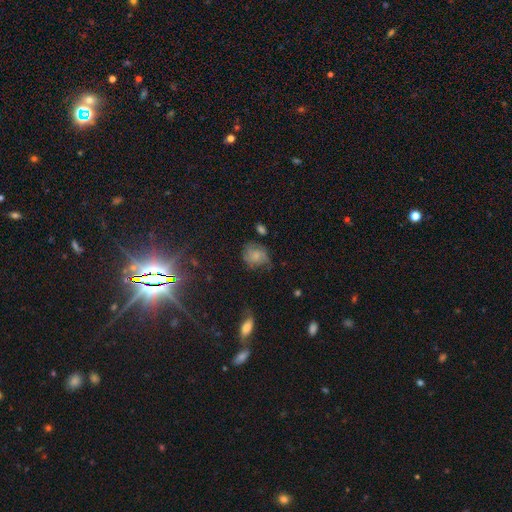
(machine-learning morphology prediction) Smooth or featured?
  - smooth: 54% *
  - featured or disk: 35%
  - star or artifact: 12%
How rounded?
  - round: 58% *
  - in between: 40%
  - cigar-shaped: 1%
Merging?
  - none: 48% *
  - minor disturbance: 32%
  - major disturbance: 17%
  - merger: 3%